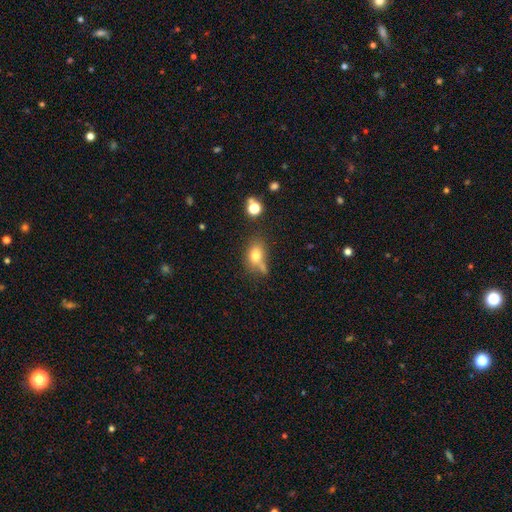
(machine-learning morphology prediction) A smooth galaxy with no disk features (75%) that is in between round and cigar-shaped (69%). Merging: none (48%).